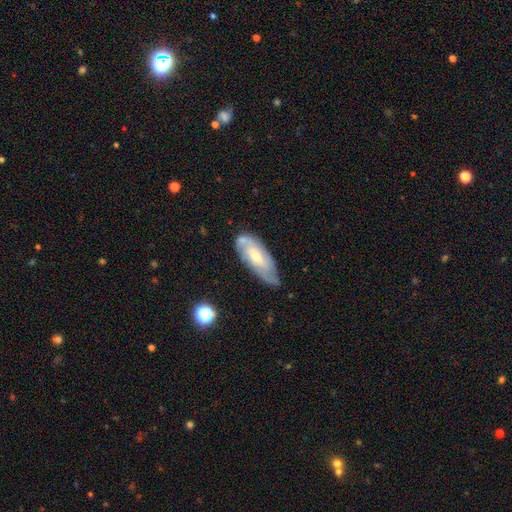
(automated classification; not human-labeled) smooth-or-featured: featured or disk: 62% | smooth: 31% | star or artifact: 7%
  disk-edge-on: no: 85% | yes: 15%
    bar: no: 49% | weak: 40% | strong: 11%
    has-spiral-arms: yes: 81% | no: 19%
    bulge-size: moderate: 49% | small: 45% | large: 3% | none: 2% | dominant: 1%
  merging: none: 62% | minor disturbance: 28% | major disturbance: 7% | merger: 4%